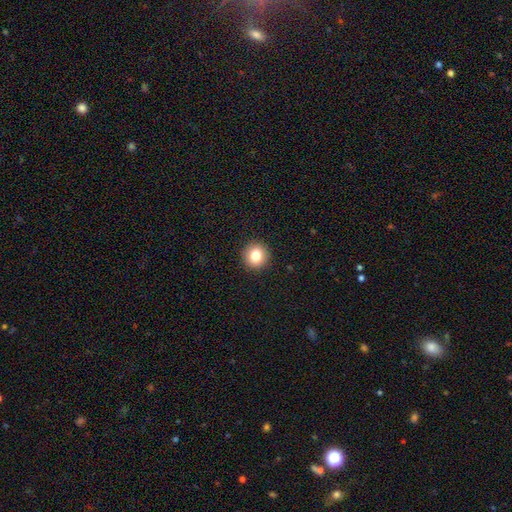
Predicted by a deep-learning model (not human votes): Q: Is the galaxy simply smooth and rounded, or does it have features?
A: smooth — 82%.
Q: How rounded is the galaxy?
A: round — 91%.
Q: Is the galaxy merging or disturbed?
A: none — 92%.